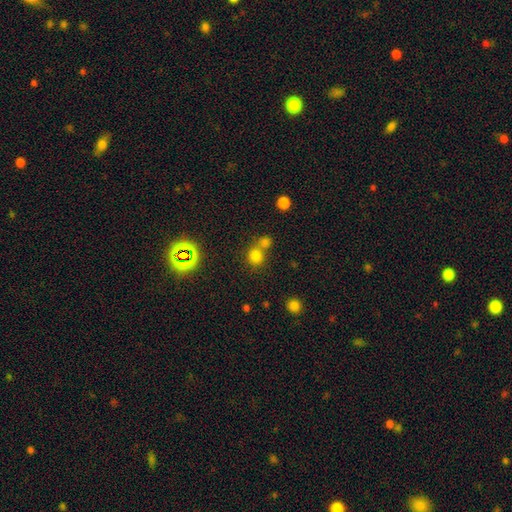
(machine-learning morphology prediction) A smooth galaxy with no disk features (73%) that is round (81%). Merging: none (51%).